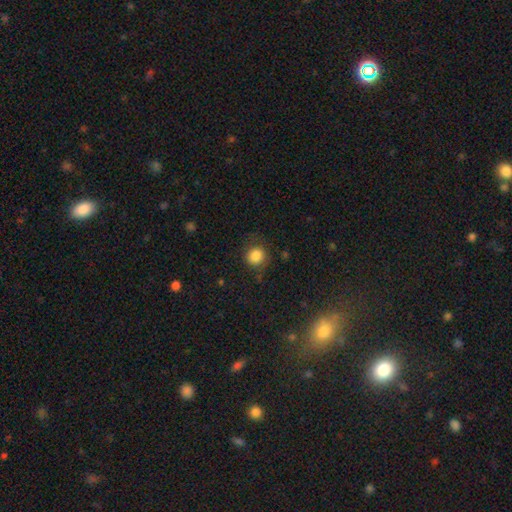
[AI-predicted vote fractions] A smooth galaxy with no disk features (85%) that is round (88%).

Vote fractions:
- Smooth or featured? smooth: 85% / star or artifact: 10% / featured or disk: 6%
- How rounded? round: 88% / in between: 11% / cigar-shaped: 1%
- Merging? none: 78% / minor disturbance: 15% / major disturbance: 6% / merger: 1%